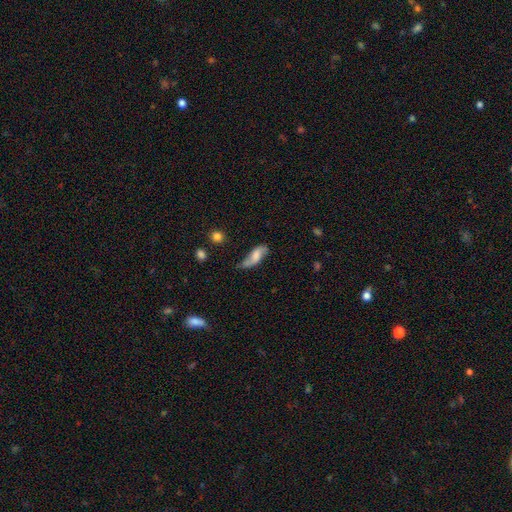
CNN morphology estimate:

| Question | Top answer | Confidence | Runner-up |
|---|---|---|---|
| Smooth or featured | smooth | 49% | featured or disk (43%) |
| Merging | none | 55% | minor disturbance (31%) |